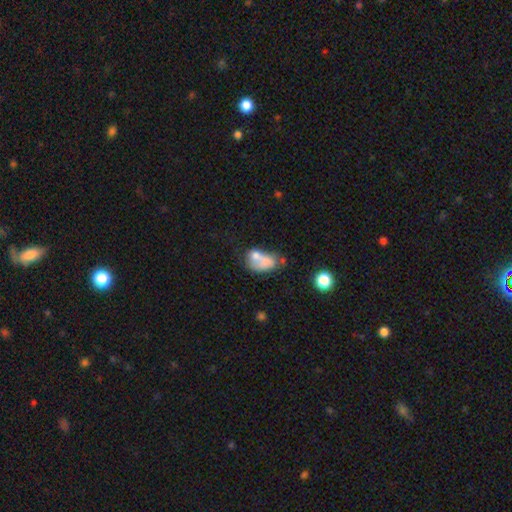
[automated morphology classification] The model was most divided on "merging": merger: 52%, none: 19%, major disturbance: 15%, minor disturbance: 14%. More confident: how rounded — in between (79%); smooth or featured — smooth (62%).